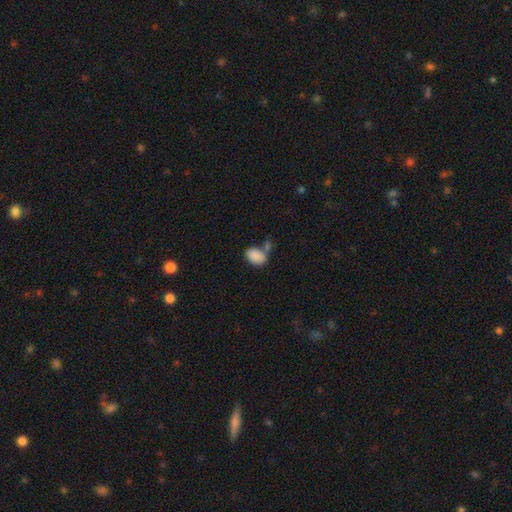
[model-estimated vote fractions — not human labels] This appears to be a smooth galaxy with no disk features (87%) that is in between round and cigar-shaped (86%). Merging: none (50%).